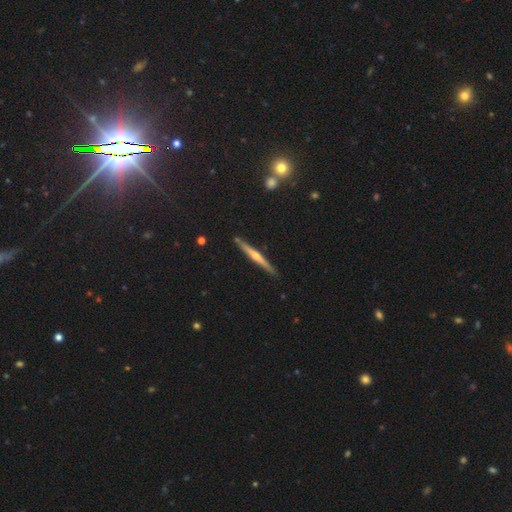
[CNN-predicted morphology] Smooth or featured: featured or disk — 68% (smooth — 25%)
Edge-on disk: yes — 98% (no — 2%)
Edge-on bulge: rounded — 75% (none — 20%)
Merging: none — 90% (minor disturbance — 7%)